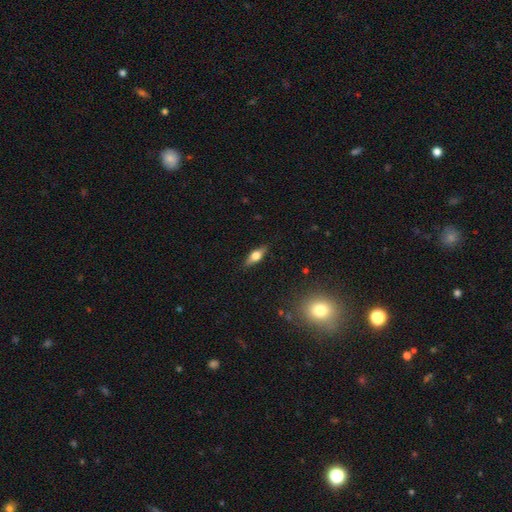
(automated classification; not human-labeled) This appears to be a smooth galaxy with no disk features (48%). Merging: none (86%).